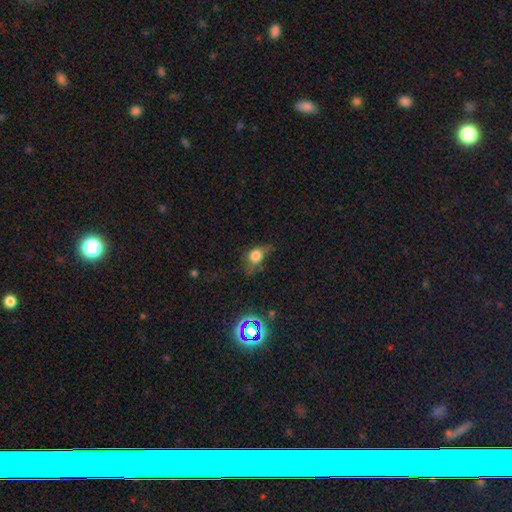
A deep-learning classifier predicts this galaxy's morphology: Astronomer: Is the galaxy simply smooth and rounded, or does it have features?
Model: smooth — 67%.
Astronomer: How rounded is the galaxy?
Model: in between — 60% (runner-up: round, 36%).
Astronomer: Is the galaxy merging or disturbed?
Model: none — 36% (runner-up: minor disturbance, 34%).